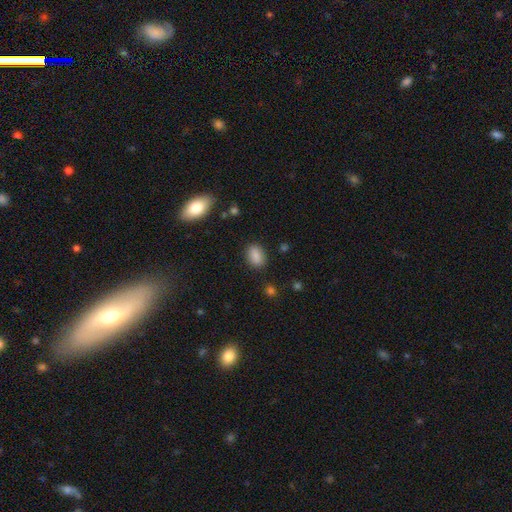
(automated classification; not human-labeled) smooth-or-featured: smooth: 86% | star or artifact: 9% | featured or disk: 5%
  how-rounded: in between: 81% | round: 17% | cigar-shaped: 2%
  merging: none: 85% | minor disturbance: 10% | major disturbance: 3% | merger: 2%